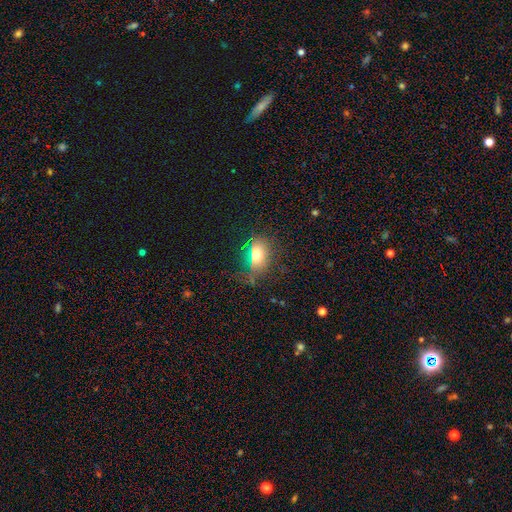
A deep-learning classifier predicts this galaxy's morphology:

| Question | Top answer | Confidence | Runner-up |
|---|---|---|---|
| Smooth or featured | smooth | 72% | star or artifact (15%) |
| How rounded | in between | 73% | round (24%) |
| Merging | none | 68% | minor disturbance (21%) |